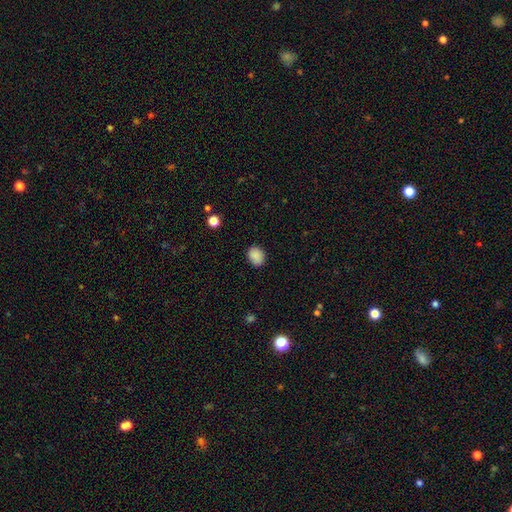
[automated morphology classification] Q: Smooth or featured?
A: smooth (88%); runner-up: star or artifact (9%)
Q: How rounded?
A: in between (52%); runner-up: round (47%)
Q: Merging?
A: none (85%); runner-up: minor disturbance (11%)